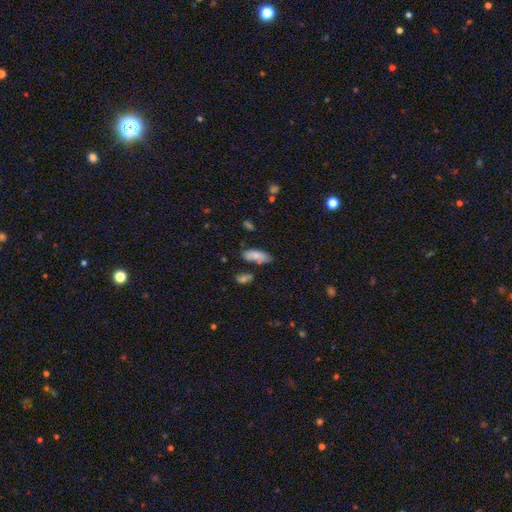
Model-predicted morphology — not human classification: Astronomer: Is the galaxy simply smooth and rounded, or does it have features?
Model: smooth — 80%.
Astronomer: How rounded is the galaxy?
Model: in between — 79%.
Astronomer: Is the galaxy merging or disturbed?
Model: none — 65%.